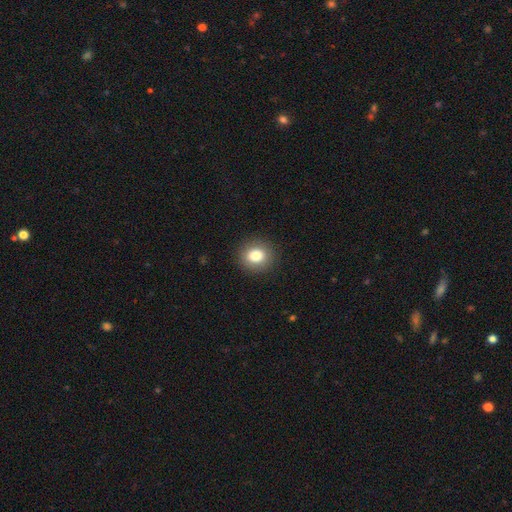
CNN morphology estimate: Smooth or featured? Predicted: smooth (p=0.81). How rounded? Predicted: round (p=0.80). Merging? Predicted: none (p=0.90).